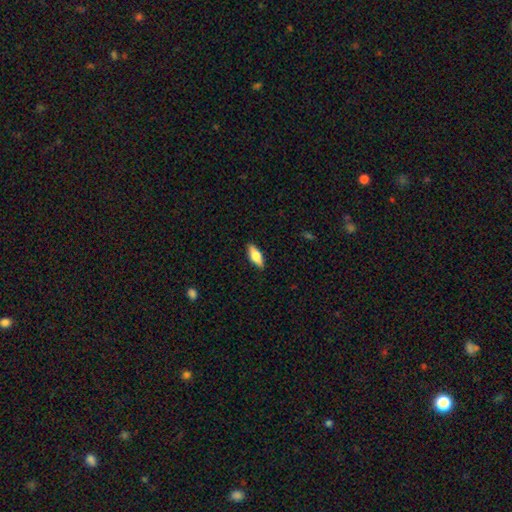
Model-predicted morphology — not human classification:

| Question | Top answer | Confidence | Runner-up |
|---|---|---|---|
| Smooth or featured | smooth | 64% | featured or disk (29%) |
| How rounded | in between | 71% | cigar-shaped (26%) |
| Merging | none | 88% | minor disturbance (10%) |